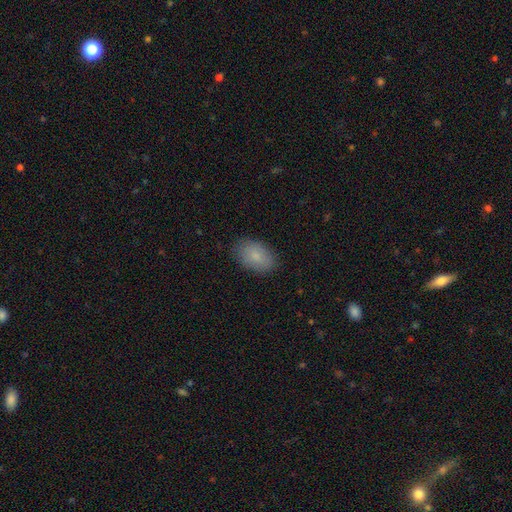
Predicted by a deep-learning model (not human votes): This appears to be a smooth galaxy with no disk features (84%) that is in between round and cigar-shaped (91%). Merging: none (85%).